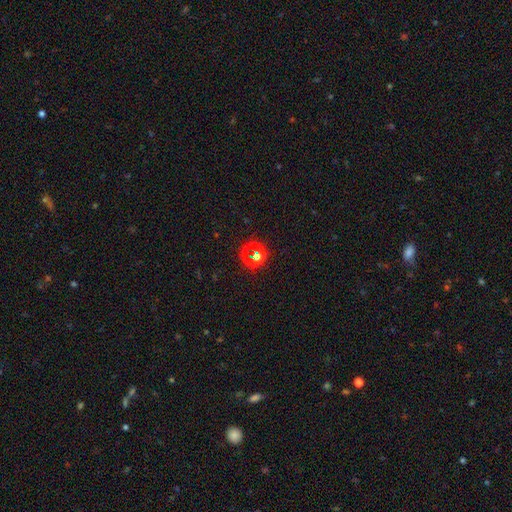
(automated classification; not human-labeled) The model was most divided on "smooth or featured": star or artifact: 60%, smooth: 31%, featured or disk: 10%.